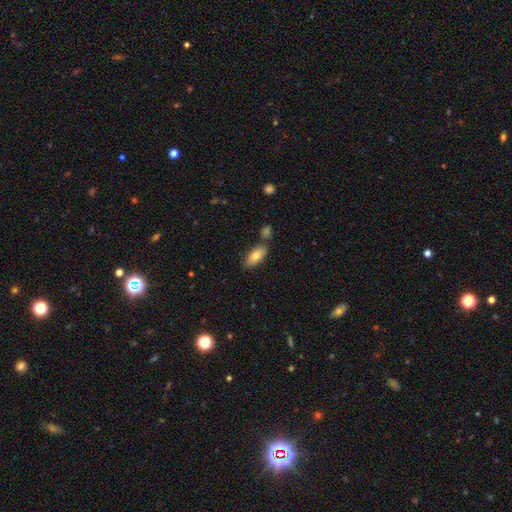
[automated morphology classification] type=smooth (77%); roundness=in between (86%); merging=none (71%).